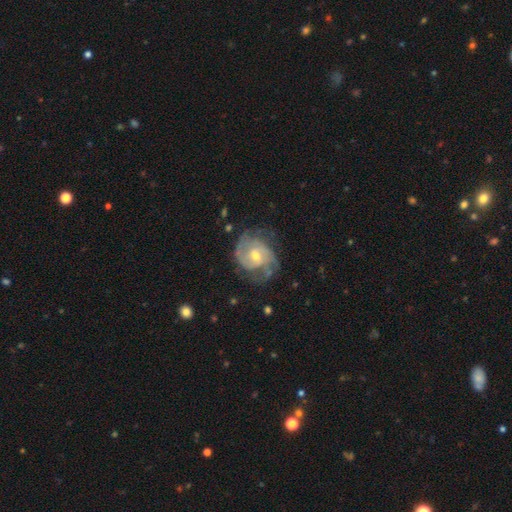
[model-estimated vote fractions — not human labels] Smooth or featured? Predicted: featured or disk (p=0.83). Edge-on disk? Predicted: no (p=0.98). Bar? Predicted: no (p=0.52). Spiral arms? Predicted: yes (p=0.92). Spiral winding? Predicted: tight (p=0.44). Spiral arm count? Predicted: 2 (p=0.50). Bulge size? Predicted: moderate (p=0.60). Merging? Predicted: none (p=0.59).